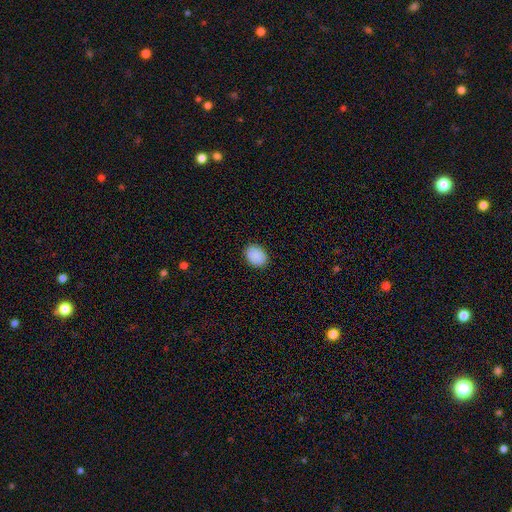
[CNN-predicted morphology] A smooth galaxy with no disk features (90%) that is in between round and cigar-shaped (67%).

Vote fractions:
- Smooth or featured? smooth: 90% / star or artifact: 8% / featured or disk: 2%
- How rounded? in between: 67% / round: 32% / cigar-shaped: 1%
- Merging? none: 90% / minor disturbance: 8% / major disturbance: 2% / merger: 1%